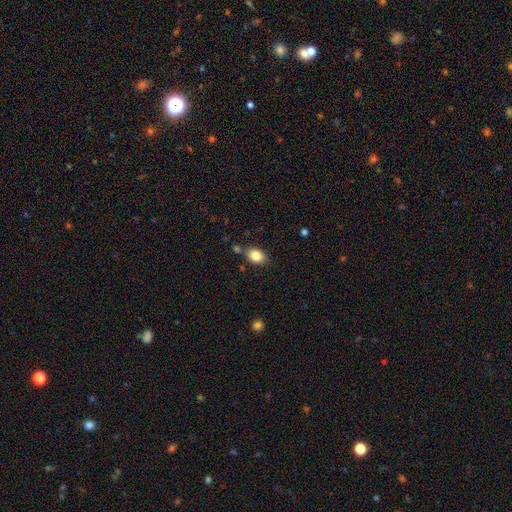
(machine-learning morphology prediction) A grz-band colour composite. It shows a smooth galaxy with no disk features (84%) that is in between round and cigar-shaped (69%). Merging: none (79%).